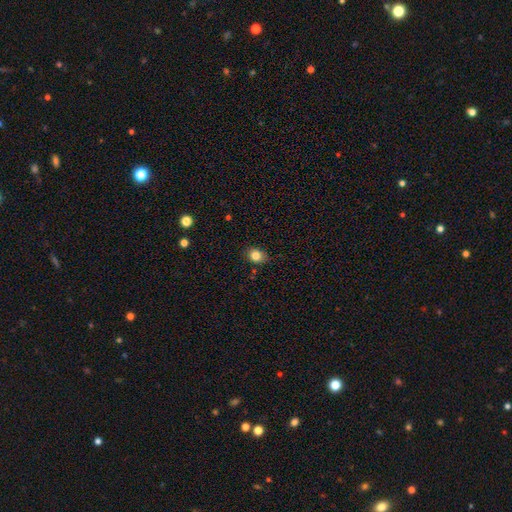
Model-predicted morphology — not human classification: Smooth or featured? Predicted: smooth (p=0.82). How rounded? Predicted: round (p=0.54). Merging? Predicted: none (p=0.82).